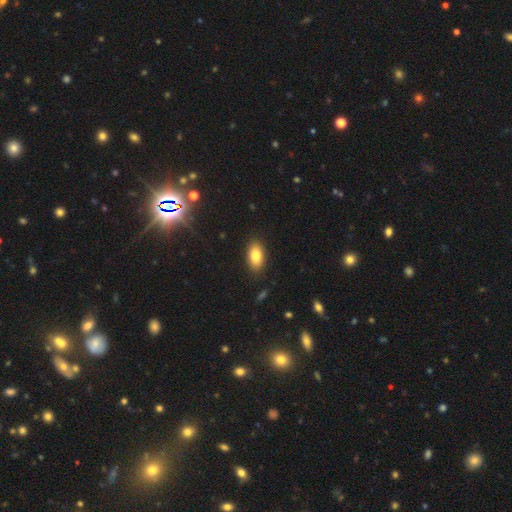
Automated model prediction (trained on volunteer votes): Smooth or featured: smooth — 83% (featured or disk — 9%)
How rounded: in between — 91% (round — 5%)
Merging: none — 88% (minor disturbance — 9%)